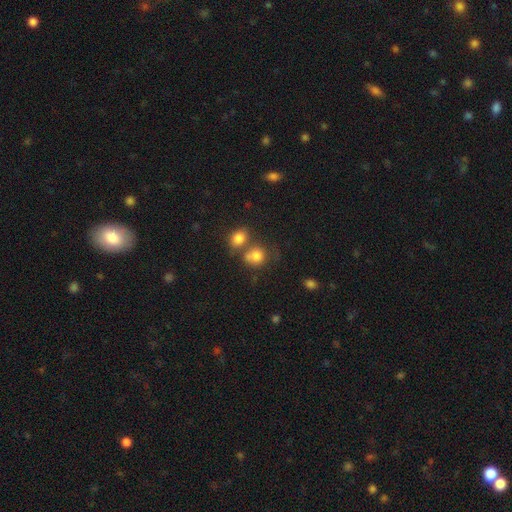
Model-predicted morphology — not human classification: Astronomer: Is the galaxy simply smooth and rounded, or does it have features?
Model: smooth — 80%.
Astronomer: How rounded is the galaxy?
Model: round — 65%.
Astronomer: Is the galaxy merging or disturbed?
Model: merger — 40% (runner-up: none, 39%).